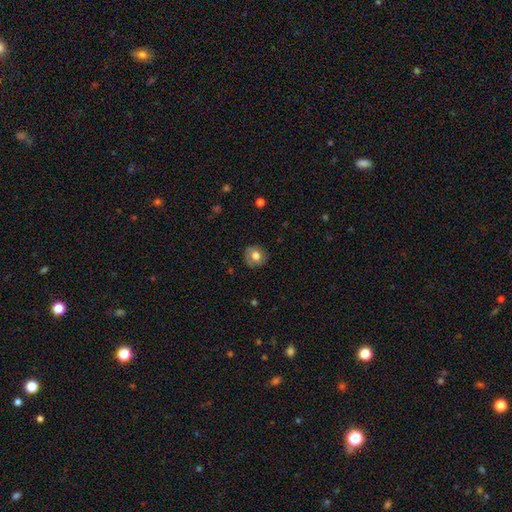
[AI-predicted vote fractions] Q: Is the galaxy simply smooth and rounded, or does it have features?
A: smooth — 72%.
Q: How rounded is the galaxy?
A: round — 87%.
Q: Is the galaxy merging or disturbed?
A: none — 83%.